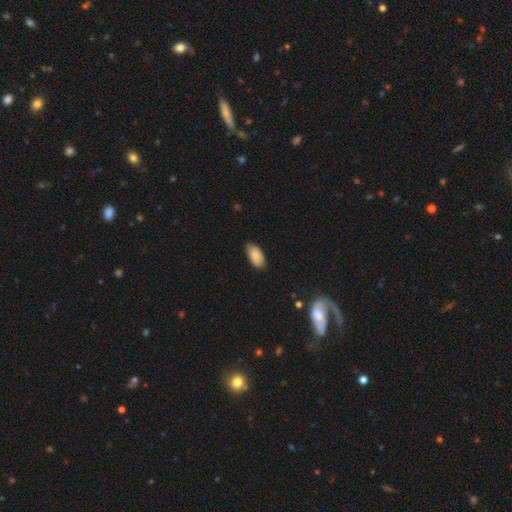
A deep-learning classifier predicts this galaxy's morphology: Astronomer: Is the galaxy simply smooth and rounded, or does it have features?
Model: smooth — 83%.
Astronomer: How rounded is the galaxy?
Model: in between — 94%.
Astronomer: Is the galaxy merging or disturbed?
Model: none — 78%.